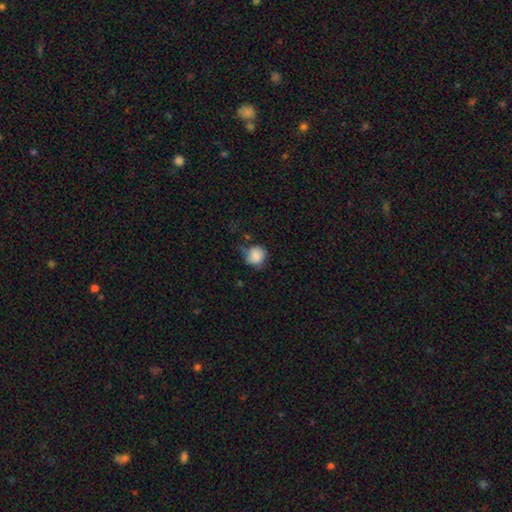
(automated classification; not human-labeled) Smooth or featured? smooth (84%)
How rounded? round (82%)
Merging? none (50%)